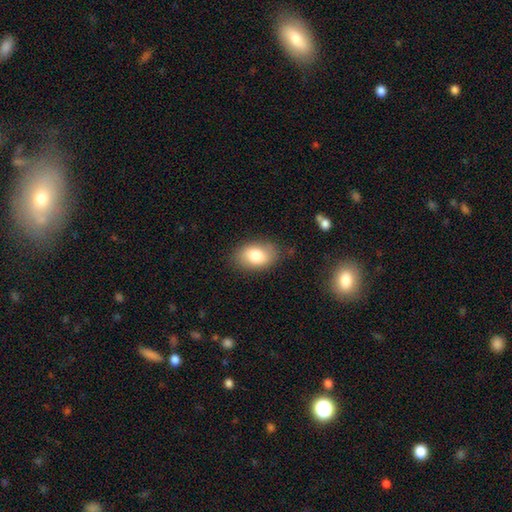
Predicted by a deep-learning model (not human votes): A smooth galaxy with no disk features (80%) that is in between round and cigar-shaped (87%).

Vote fractions:
- Smooth or featured? smooth: 80% / featured or disk: 13% / star or artifact: 7%
- How rounded? in between: 87% / round: 12% / cigar-shaped: 1%
- Merging? none: 80% / minor disturbance: 15% / major disturbance: 4% / merger: 1%